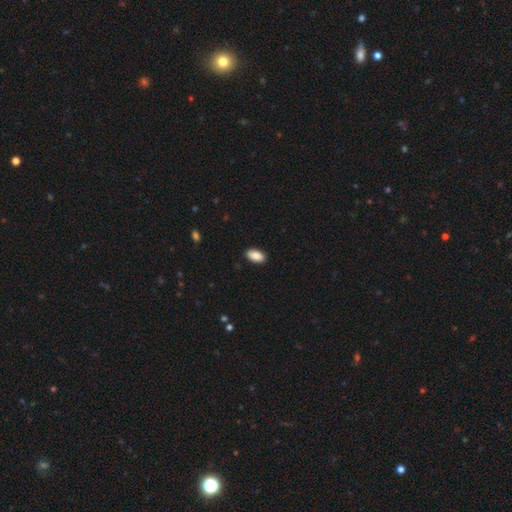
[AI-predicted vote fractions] This is clearly a smooth galaxy (89%). How rounded: clearly in between (94%). Merging: clearly none (89%).